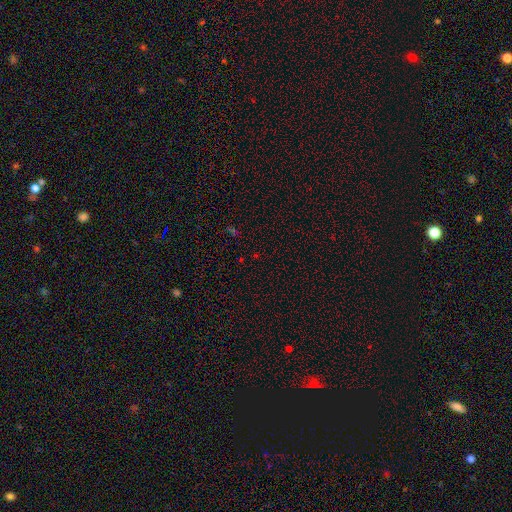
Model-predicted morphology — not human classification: Overall: star or artifact (65%; smooth 27%).